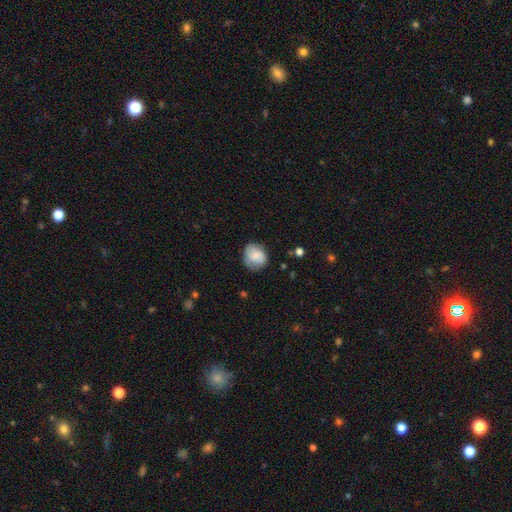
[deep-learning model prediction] Smooth or featured?
  - smooth: 72% *
  - featured or disk: 20%
  - star or artifact: 8%
How rounded?
  - round: 67% *
  - in between: 32%
  - cigar-shaped: 1%
Merging?
  - none: 64% *
  - minor disturbance: 27%
  - major disturbance: 8%
  - merger: 2%